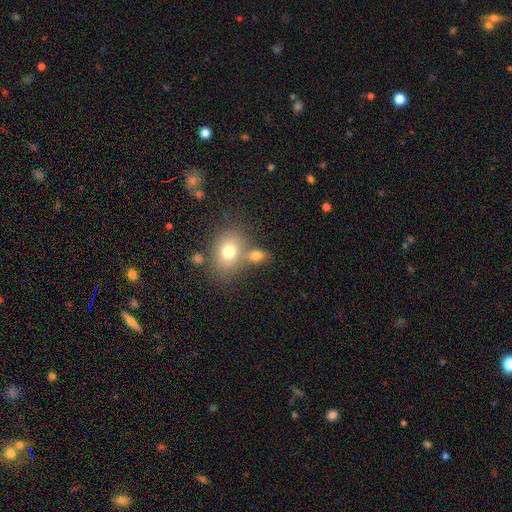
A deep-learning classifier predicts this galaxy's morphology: A smooth galaxy with no disk features (75%) that is in between round and cigar-shaped (68%).

Vote fractions:
- Smooth or featured? smooth: 75% / featured or disk: 13% / star or artifact: 12%
- How rounded? in between: 68% / round: 29% / cigar-shaped: 2%
- Merging? none: 48% / merger: 36% / minor disturbance: 11% / major disturbance: 5%